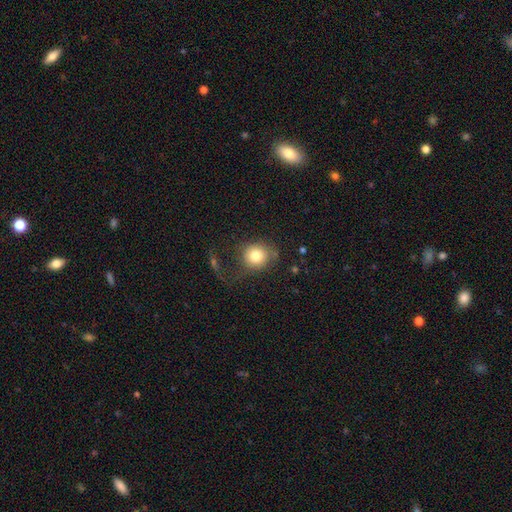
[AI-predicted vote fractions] Q: Smooth or featured?
A: smooth (79%); runner-up: featured or disk (12%)
Q: How rounded?
A: round (83%); runner-up: in between (16%)
Q: Merging?
A: none (54%); runner-up: major disturbance (23%)